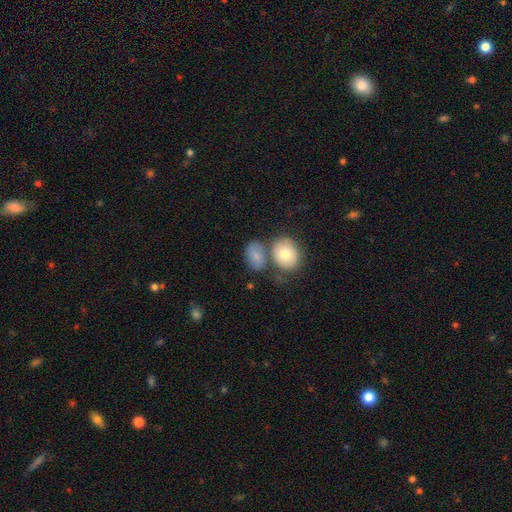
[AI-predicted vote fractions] Smooth or featured? smooth (79%)
How rounded? in between (78%)
Merging? none (46%)